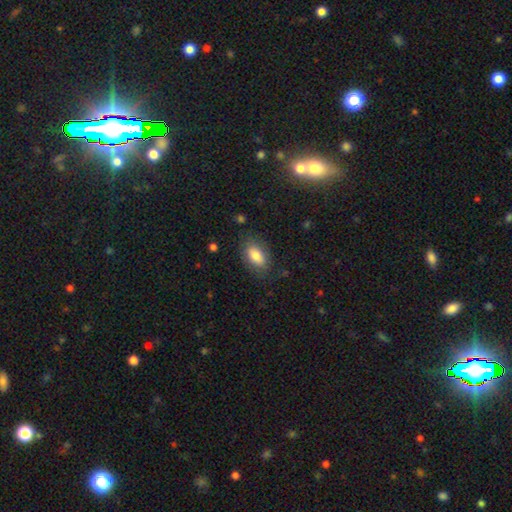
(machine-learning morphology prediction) smooth 82%, featured or disk 11%, star or artifact 7%. Down the decision tree: how rounded — in between (90%); merging — none (79%).